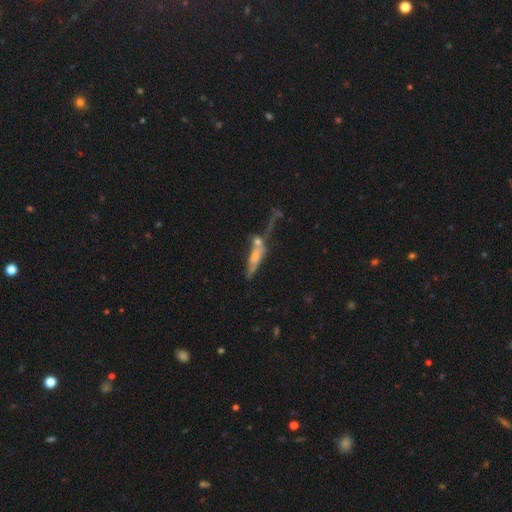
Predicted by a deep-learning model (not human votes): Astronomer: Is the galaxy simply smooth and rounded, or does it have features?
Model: smooth — 45% (runner-up: featured or disk, 44%).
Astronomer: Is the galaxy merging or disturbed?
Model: merger — 45% (runner-up: none, 22%).